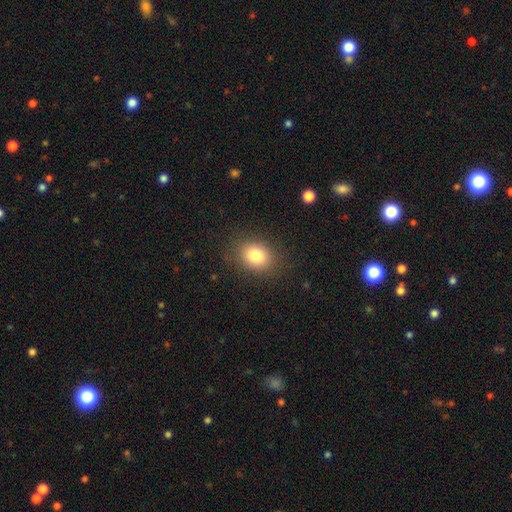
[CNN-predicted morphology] This appears to be a smooth galaxy with no disk features (81%) that is in between round and cigar-shaped (53%). Merging: none (85%).